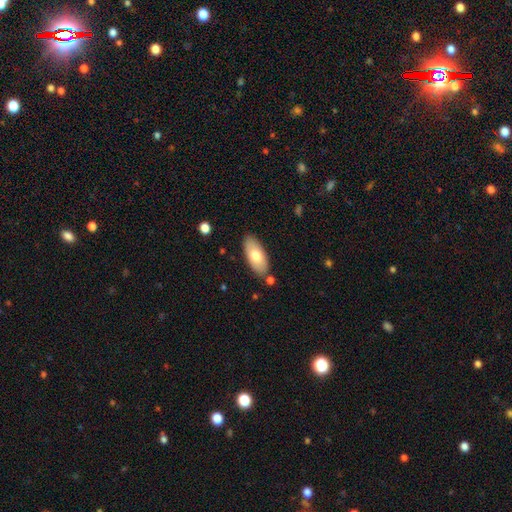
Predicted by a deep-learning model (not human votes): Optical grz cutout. It shows a smooth galaxy with no disk features (71%) that is in between round and cigar-shaped (89%). Merging: none (83%).